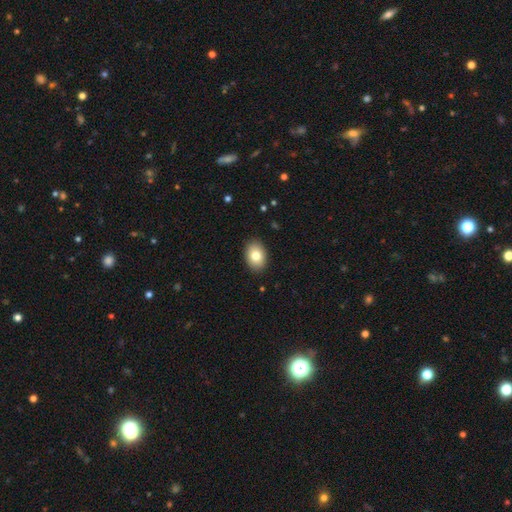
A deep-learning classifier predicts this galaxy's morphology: Smooth or featured? Predicted: smooth (p=0.82). How rounded? Predicted: in between (p=0.83). Merging? Predicted: none (p=0.89).